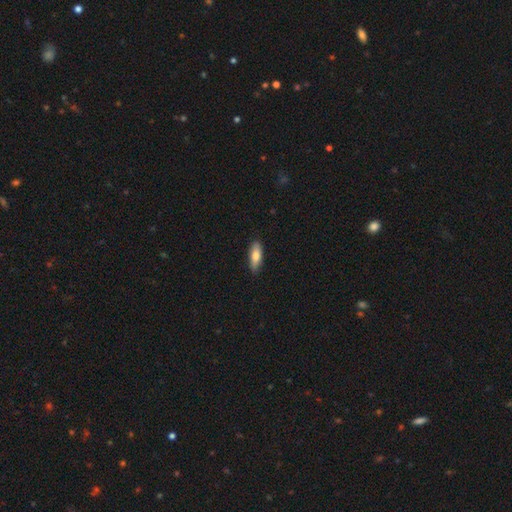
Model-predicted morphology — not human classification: Smooth or featured? smooth (77%)
How rounded? in between (63%)
Merging? none (87%)